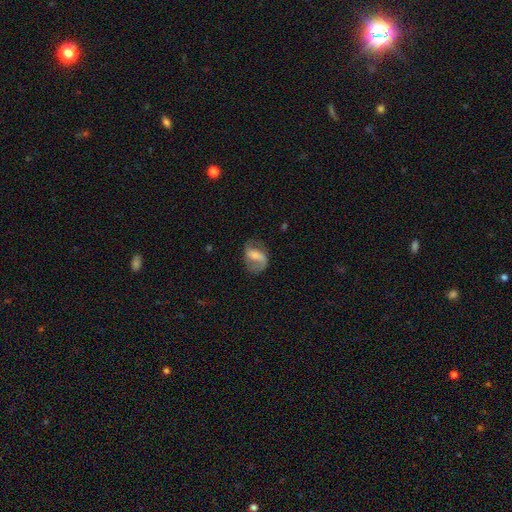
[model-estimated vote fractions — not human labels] Smooth or featured? featured or disk (64%)
Edge-on disk? no (96%)
Bar? weak (41%)
Spiral arms? yes (85%)
Spiral winding? loose (43%)
Spiral arm count? 2 (77%)
Bulge size? small (39%)
Merging? none (61%)